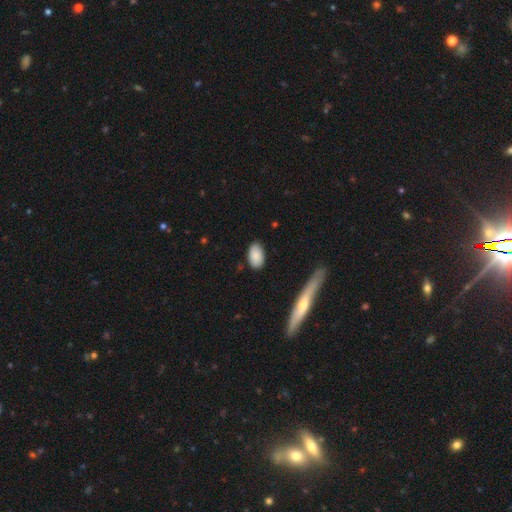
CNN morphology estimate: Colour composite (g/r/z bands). It shows a smooth galaxy with no disk features (87%) that is in between round and cigar-shaped (92%). Merging: none (84%).